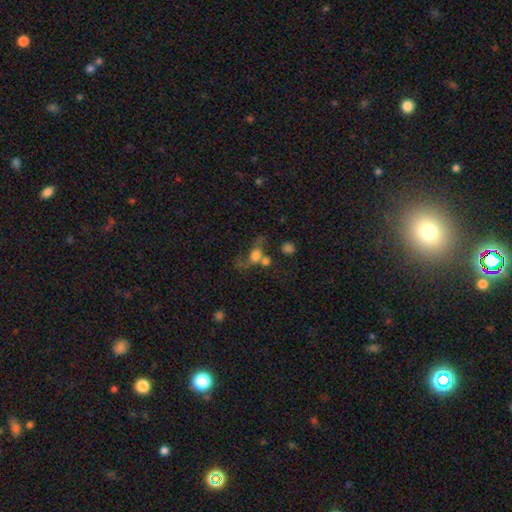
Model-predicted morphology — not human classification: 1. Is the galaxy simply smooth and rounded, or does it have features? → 56% smooth, 29% featured or disk, 14% star or artifact.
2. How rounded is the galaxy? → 48% round (tied), 48% in between (tied), 4% cigar-shaped.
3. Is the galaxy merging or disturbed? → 34% merger, 30% none, 22% major disturbance, 14% minor disturbance.